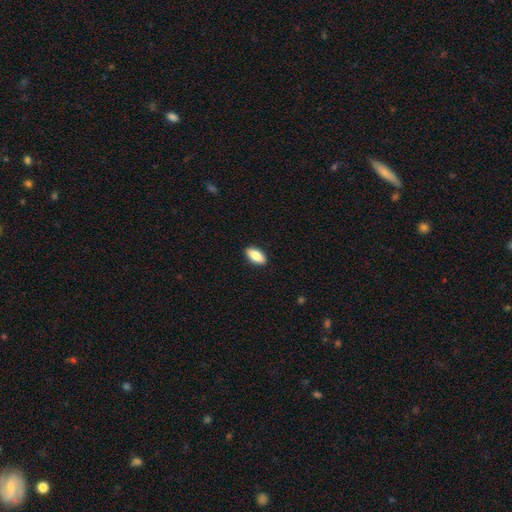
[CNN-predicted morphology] smooth-or-featured: smooth: 80% | featured or disk: 14% | star or artifact: 6%
  how-rounded: in between: 87% | cigar-shaped: 10% | round: 3%
  merging: none: 90% | minor disturbance: 7% | major disturbance: 2% | merger: 1%